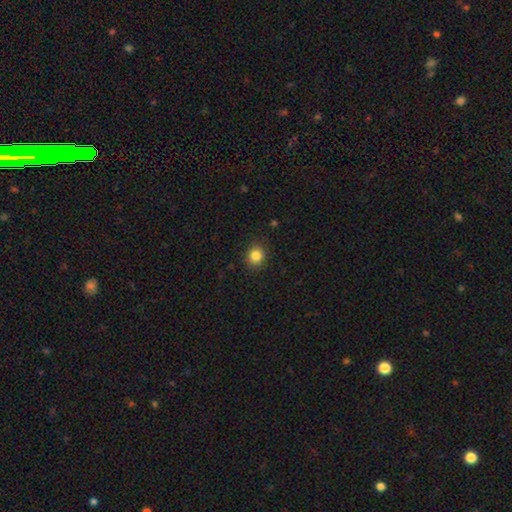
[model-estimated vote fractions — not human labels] smooth 84%, star or artifact 11%, featured or disk 5%. Down the decision tree: how rounded — round (79%); merging — none (89%).